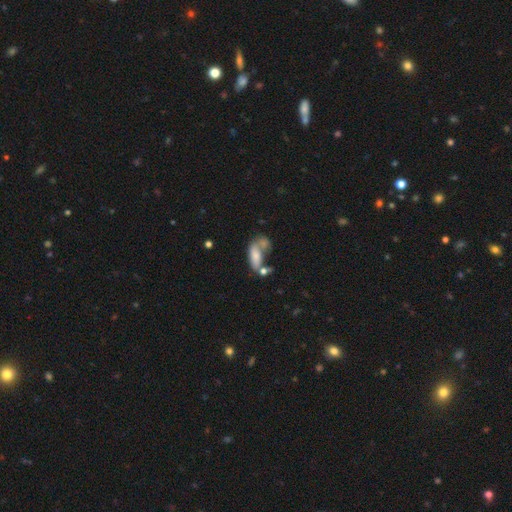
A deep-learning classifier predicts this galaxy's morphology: This is likely a smooth galaxy (71%). How rounded: clearly in between (80%). Merging: possibly merger (46%).